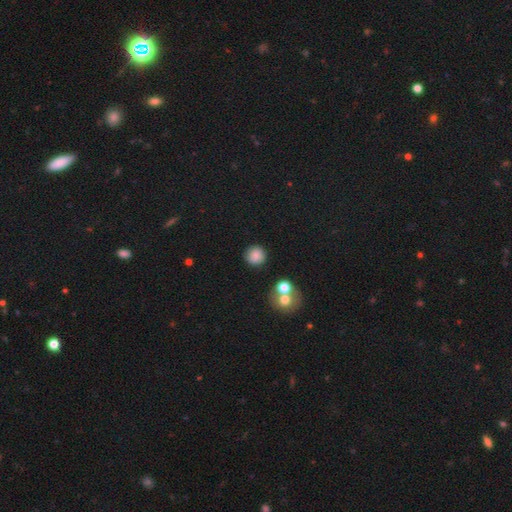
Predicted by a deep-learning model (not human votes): smooth_or_featured: smooth (p=0.82) [alt: star or artifact p=0.11]
how_rounded: round (p=0.94) [alt: in between p=0.05]
merging: none (p=0.85) [alt: minor disturbance p=0.08]